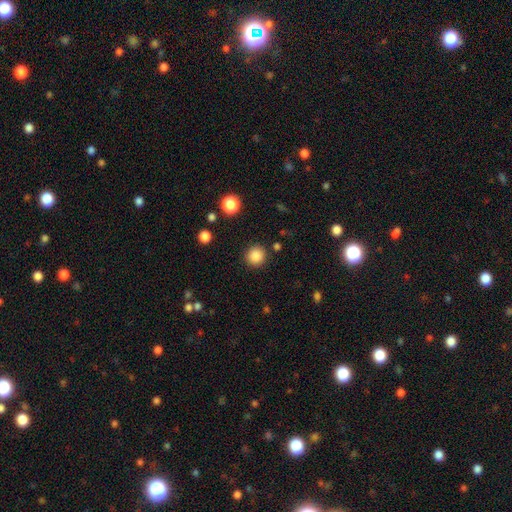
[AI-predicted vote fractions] Overall: smooth (86%). How rounded: round (93%). Merging: none (89%).